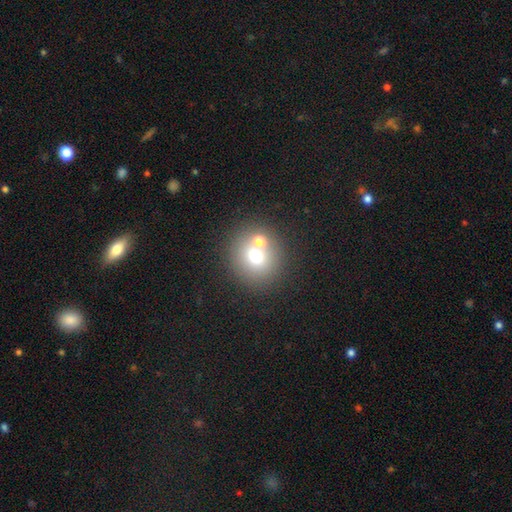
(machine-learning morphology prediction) Smooth or featured?
  - smooth: 68% *
  - featured or disk: 16%
  - star or artifact: 16%
How rounded?
  - round: 86% *
  - in between: 13%
  - cigar-shaped: 1%
Merging?
  - none: 60% *
  - merger: 28%
  - minor disturbance: 8%
  - major disturbance: 4%